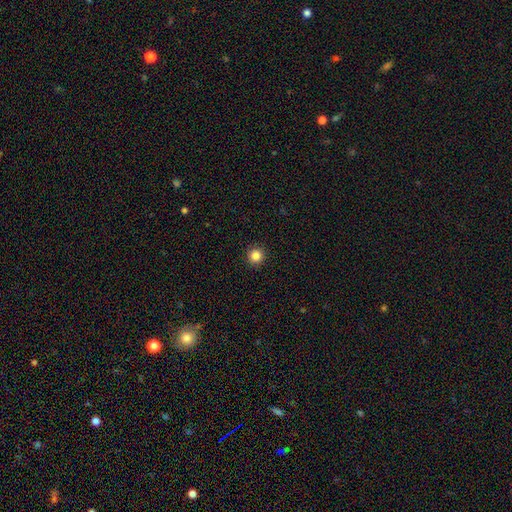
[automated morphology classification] A smooth galaxy with no disk features (85%) that is round (95%).

Vote fractions:
- Smooth or featured? smooth: 85% / star or artifact: 11% / featured or disk: 4%
- How rounded? round: 95% / in between: 4% / cigar-shaped: 1%
- Merging? none: 93% / minor disturbance: 5% / major disturbance: 2% / merger: 1%